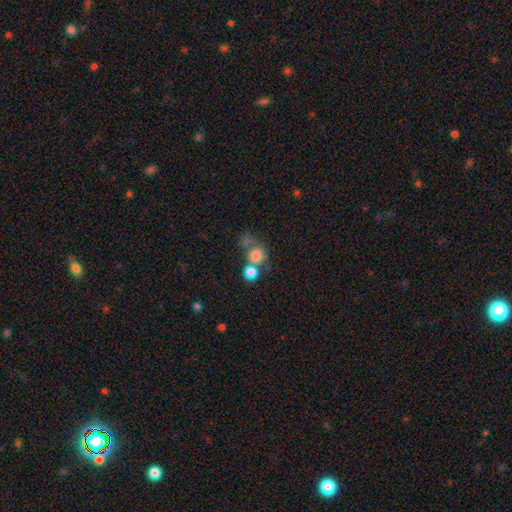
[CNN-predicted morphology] type=smooth (74%); roundness=round (76%); merging=merger (46%).